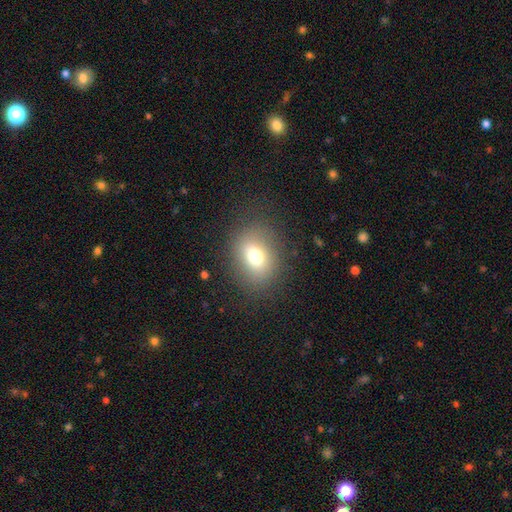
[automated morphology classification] type=smooth (72%); roundness=in between (51%); merging=none (81%).